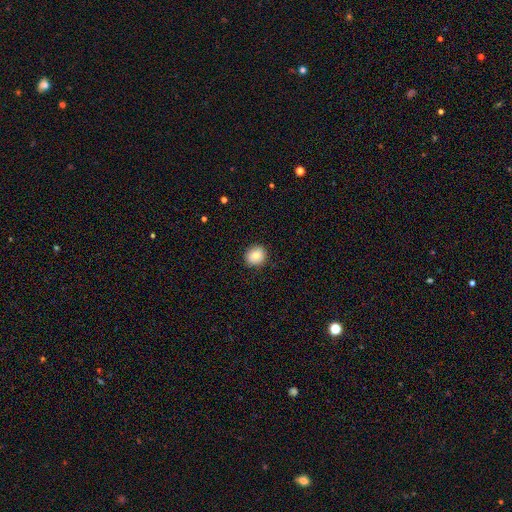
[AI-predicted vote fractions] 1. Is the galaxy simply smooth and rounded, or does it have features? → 81% smooth, 10% featured or disk, 9% star or artifact.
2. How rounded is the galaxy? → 87% round, 12% in between, 1% cigar-shaped.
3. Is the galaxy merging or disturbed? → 90% none, 7% minor disturbance, 2% major disturbance, 1% merger.